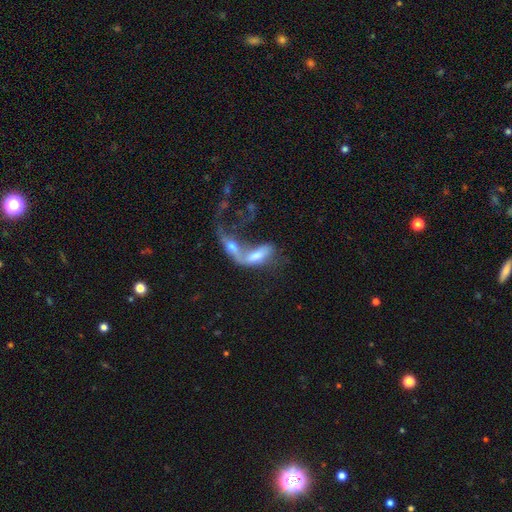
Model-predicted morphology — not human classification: smooth_or_featured: featured or disk (p=0.49) [alt: smooth p=0.40]
merging: merger (p=0.75) [alt: major disturbance p=0.11]